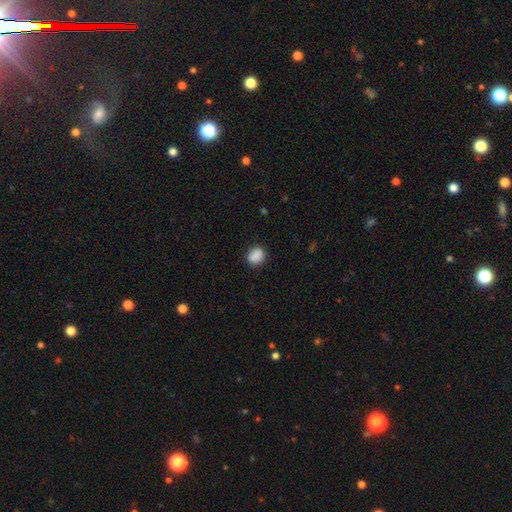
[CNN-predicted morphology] Overall: smooth (88%). How rounded: round (59%; in between 40%). Merging: none (83%).